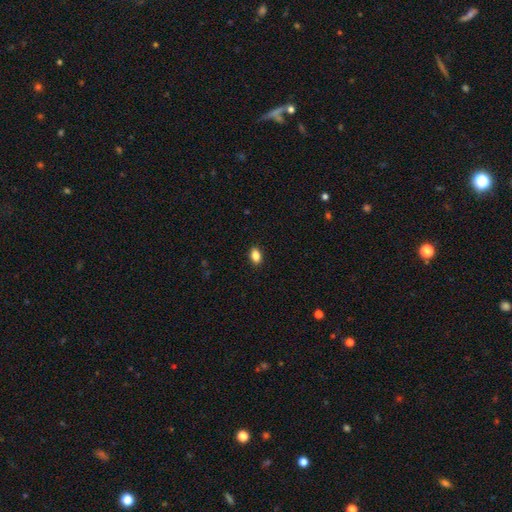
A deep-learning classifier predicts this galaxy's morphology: Overall: smooth (86%). How rounded: in between (85%). Merging: none (90%).